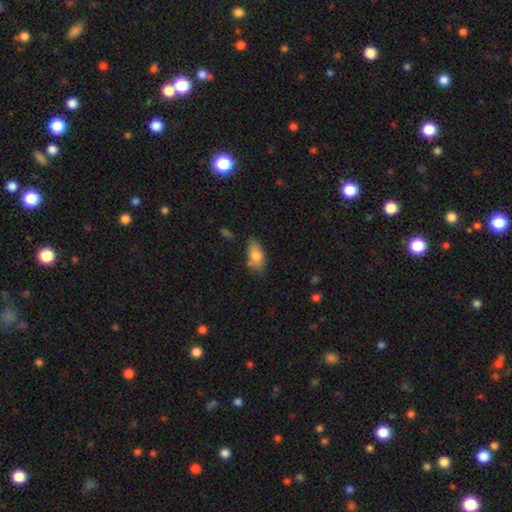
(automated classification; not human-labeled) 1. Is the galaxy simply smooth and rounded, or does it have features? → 77% smooth, 16% featured or disk, 7% star or artifact.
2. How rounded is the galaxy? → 87% in between, 9% cigar-shaped, 4% round.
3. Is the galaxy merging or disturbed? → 65% none, 23% minor disturbance, 7% merger, 5% major disturbance.